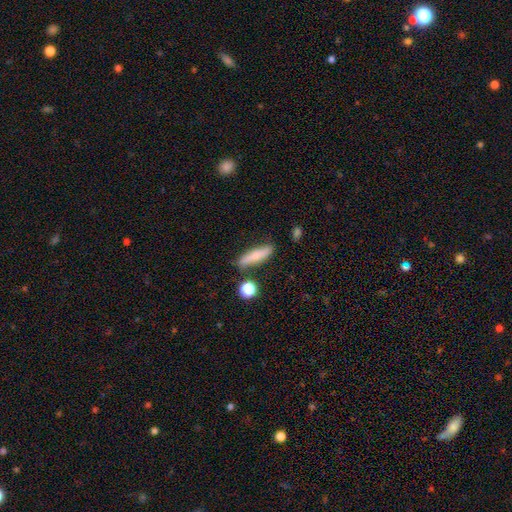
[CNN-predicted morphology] Q: Smooth or featured?
A: smooth (66%); runner-up: featured or disk (26%)
Q: How rounded?
A: cigar-shaped (73%); runner-up: in between (24%)
Q: Merging?
A: none (78%); runner-up: minor disturbance (14%)